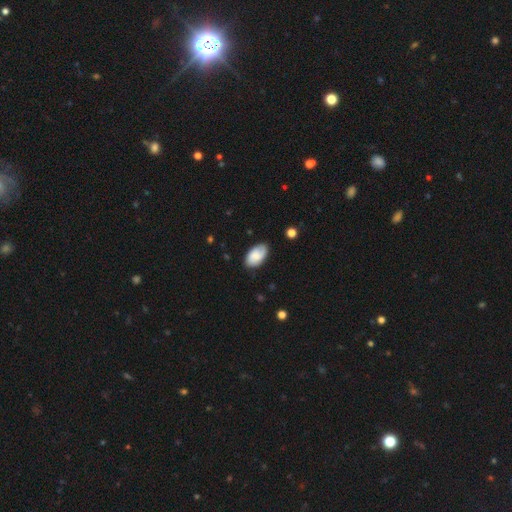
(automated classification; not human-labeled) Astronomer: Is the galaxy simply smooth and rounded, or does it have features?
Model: smooth — 71%.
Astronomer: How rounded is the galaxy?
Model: in between — 94%.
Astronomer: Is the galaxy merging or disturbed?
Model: none — 76%.